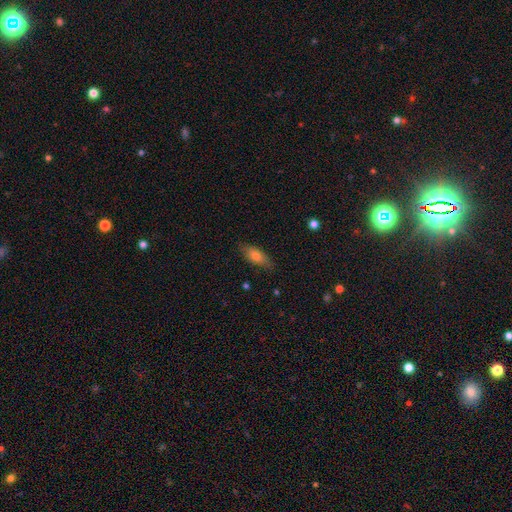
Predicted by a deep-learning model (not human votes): Q: Smooth or featured?
A: smooth (73%); runner-up: featured or disk (20%)
Q: How rounded?
A: in between (75%); runner-up: cigar-shaped (21%)
Q: Merging?
A: none (79%); runner-up: minor disturbance (16%)